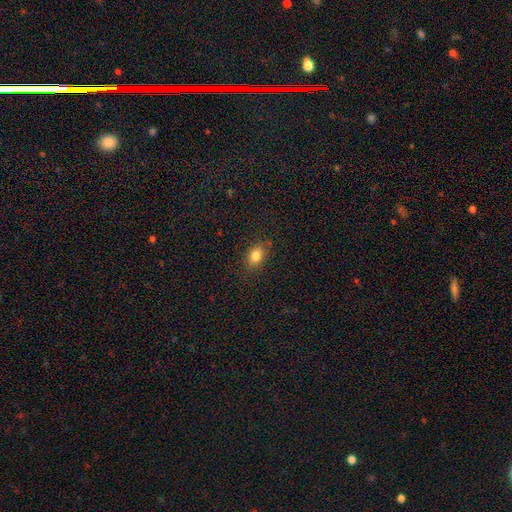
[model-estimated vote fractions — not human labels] The model was most divided on "how rounded": in between: 77%, round: 22%, cigar-shaped: 2%. More confident: merging — none (83%); smooth or featured — smooth (83%).